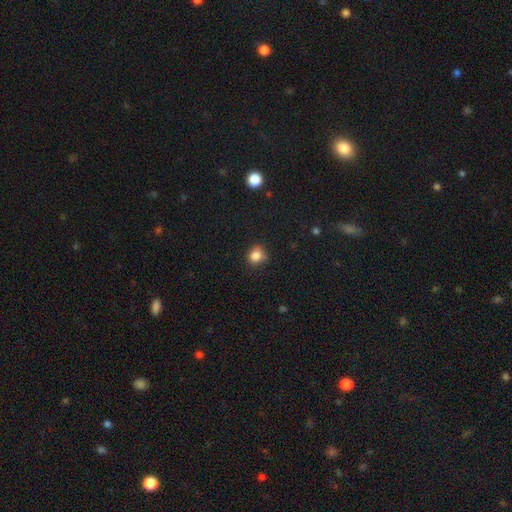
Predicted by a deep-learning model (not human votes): This appears to be a smooth galaxy with no disk features (83%) that is round (70%). Merging: none (67%).